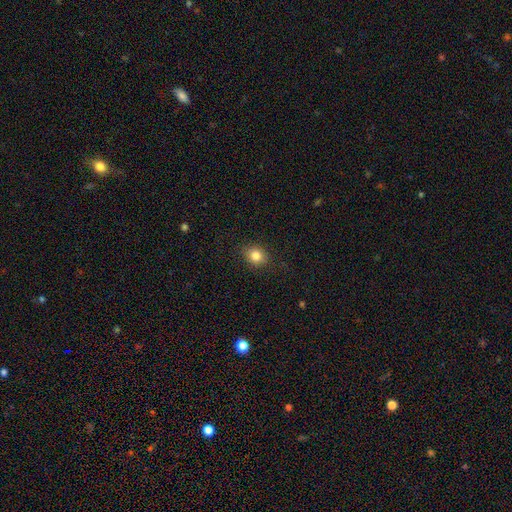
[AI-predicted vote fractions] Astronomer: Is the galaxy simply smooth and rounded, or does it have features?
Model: smooth — 83%.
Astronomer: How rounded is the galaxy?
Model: round — 64%.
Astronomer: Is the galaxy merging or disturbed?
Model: none — 87%.